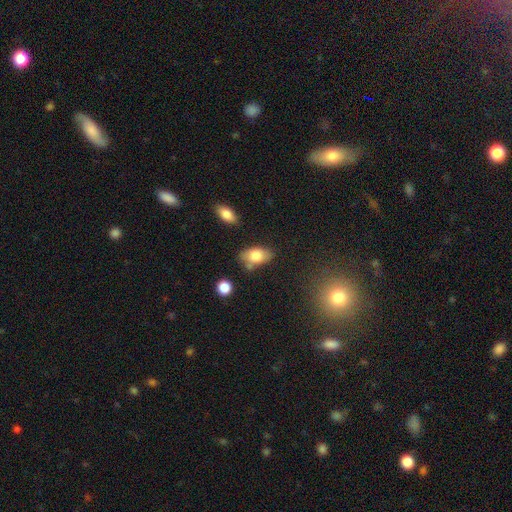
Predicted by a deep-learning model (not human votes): Morphology: type=smooth (79%); roundness=in between (90%); merging=none (67%).